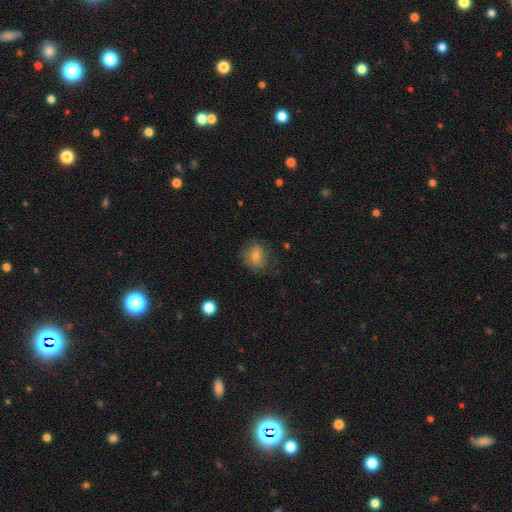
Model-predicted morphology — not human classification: Smooth or featured? smooth (72%)
How rounded? round (75%)
Merging? none (75%)